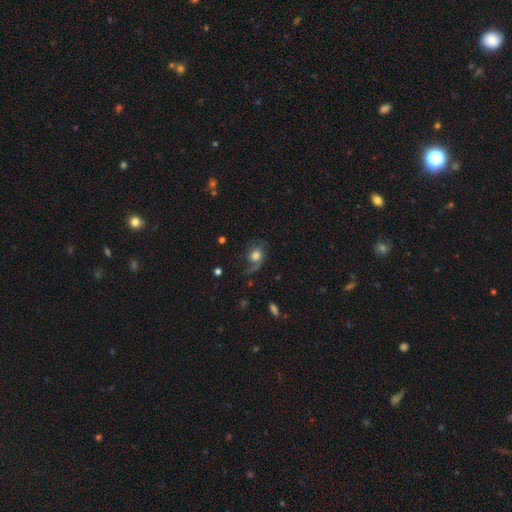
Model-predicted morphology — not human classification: type=featured or disk (51%); edge-on=no (96%); merging=none (52%).